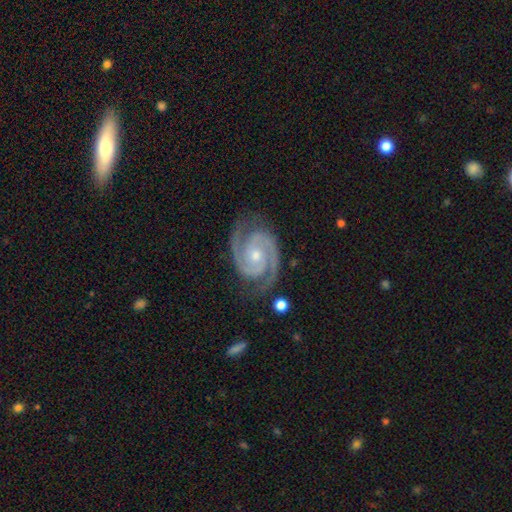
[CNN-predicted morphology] A featured or disk galaxy (94%) with no bar (68%), 2 (93%) tight (59%) spiral arms (99%) and a small central bulge (50%).

Vote fractions:
- Smooth or featured? featured or disk: 94% / star or artifact: 4% / smooth: 2%
- Edge-on disk? no: 98% / yes: 2%
- Bar? no: 68% / weak: 24% / strong: 9%
- Spiral arms? yes: 99% / no: 1%
- Spiral winding? tight: 59% / medium: 38% / loose: 4%
- Spiral arm count? 2: 93% / 3: 3% / can't tell: 1% / 1: 1% / 4: 1% / more than 4: 1%
- Bulge size? small: 50% / moderate: 46% / none: 2% / large: 1% / dominant: 1%
- Merging? none: 82% / minor disturbance: 13% / major disturbance: 3% / merger: 1%